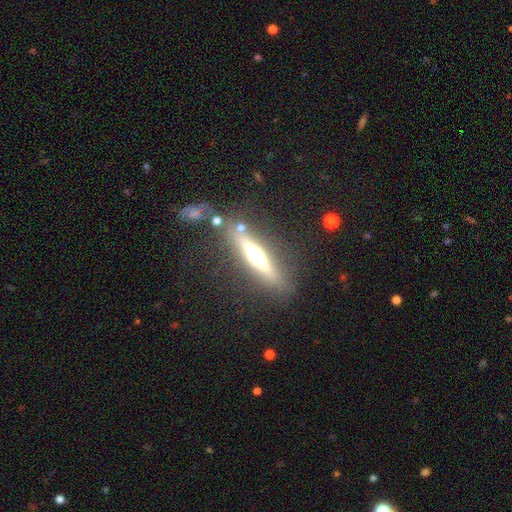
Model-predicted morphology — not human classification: smooth-or-featured: featured or disk: 68% | smooth: 21% | star or artifact: 11%
  disk-edge-on: yes: 92% | no: 8%
    edge-on-bulge: rounded: 92% | boxy: 5% | none: 2%
  merging: none: 79% | minor disturbance: 10% | merger: 6% | major disturbance: 5%